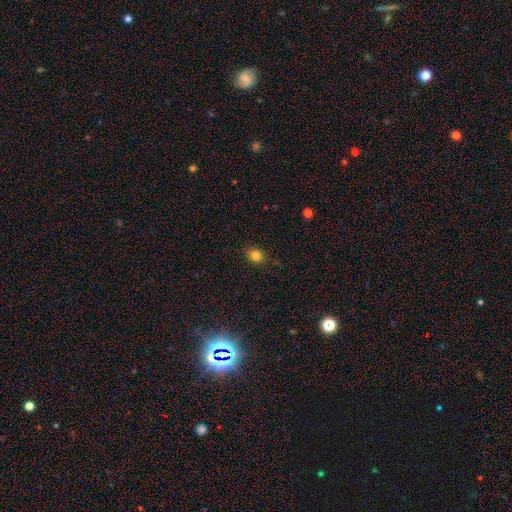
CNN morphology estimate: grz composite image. It shows a smooth galaxy with no disk features (81%) that is round (51%). Merging: none (86%).